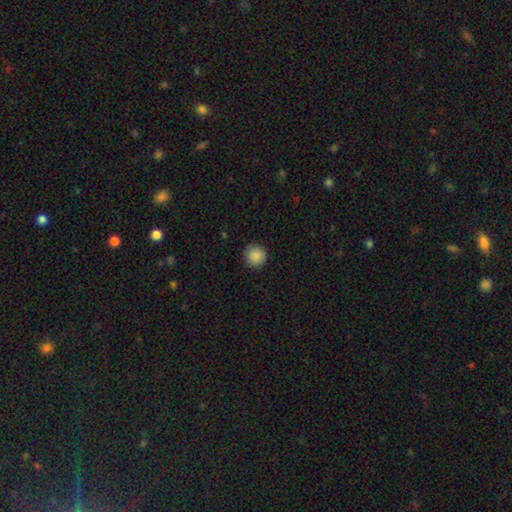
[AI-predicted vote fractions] This is clearly a smooth galaxy (89%). How rounded: clearly round (95%). Merging: clearly none (91%).